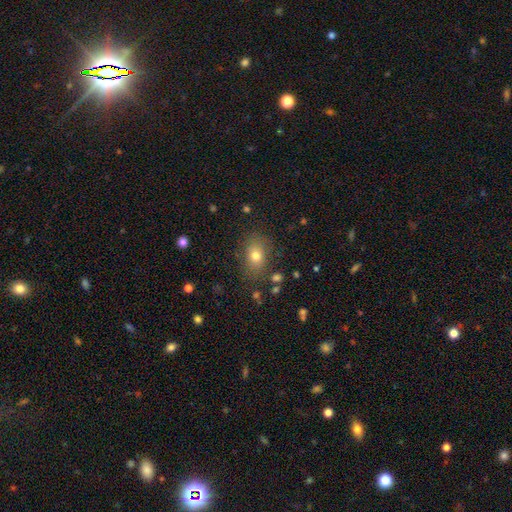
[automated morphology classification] A smooth galaxy with no disk features (76%) that is in between round and cigar-shaped (71%). Merging: none (81%).